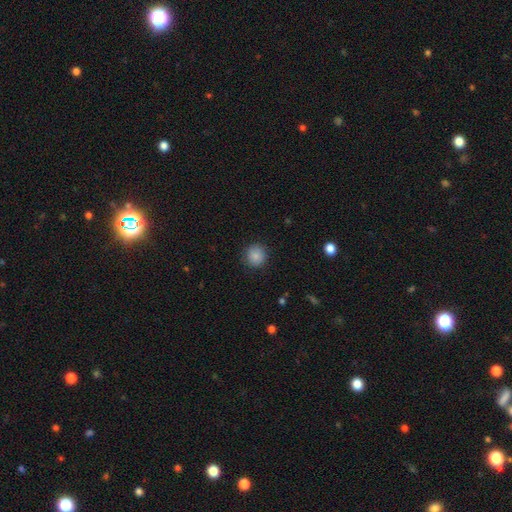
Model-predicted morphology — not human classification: Q: Smooth or featured?
A: smooth (86%); runner-up: star or artifact (9%)
Q: How rounded?
A: round (91%); runner-up: in between (8%)
Q: Merging?
A: none (88%); runner-up: minor disturbance (9%)